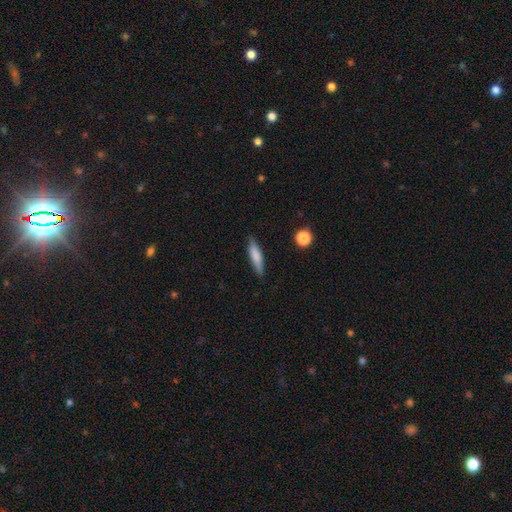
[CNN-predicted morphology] Smooth or featured?
  - smooth: 73% *
  - featured or disk: 20%
  - star or artifact: 7%
How rounded?
  - cigar-shaped: 77% *
  - in between: 21%
  - round: 2%
Merging?
  - none: 84% *
  - minor disturbance: 12%
  - major disturbance: 2%
  - merger: 1%